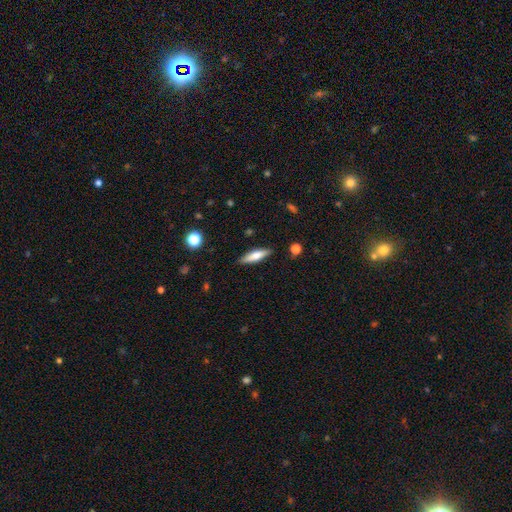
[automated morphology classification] Q: Smooth or featured?
A: smooth (61%); runner-up: featured or disk (33%)
Q: How rounded?
A: cigar-shaped (69%); runner-up: in between (29%)
Q: Merging?
A: none (87%); runner-up: minor disturbance (9%)